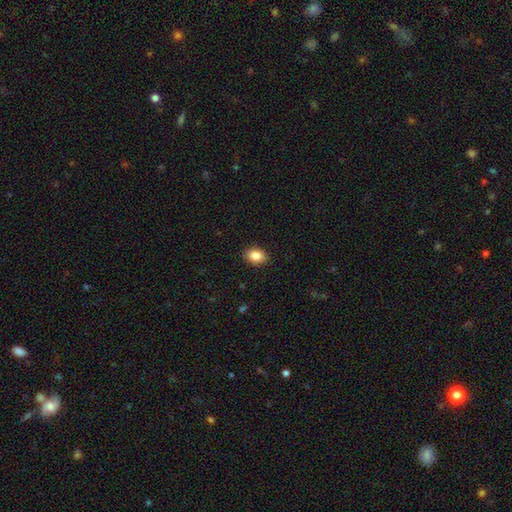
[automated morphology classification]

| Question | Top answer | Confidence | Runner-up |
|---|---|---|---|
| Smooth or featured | smooth | 86% | star or artifact (9%) |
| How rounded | in between | 75% | round (24%) |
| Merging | none | 89% | minor disturbance (8%) |